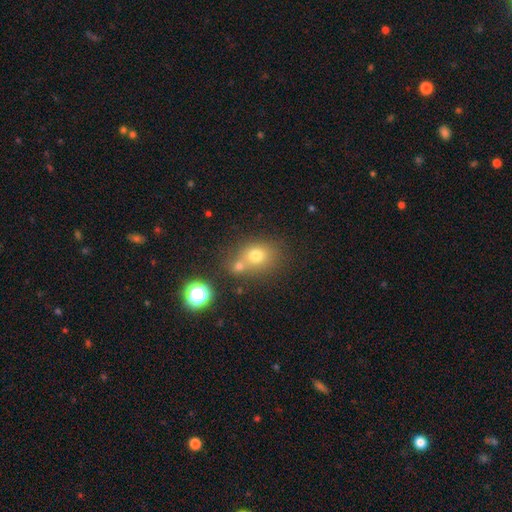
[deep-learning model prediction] smooth 71%, star or artifact 16%, featured or disk 13%. Down the decision tree: how rounded — round (60%); merging — none (49%).